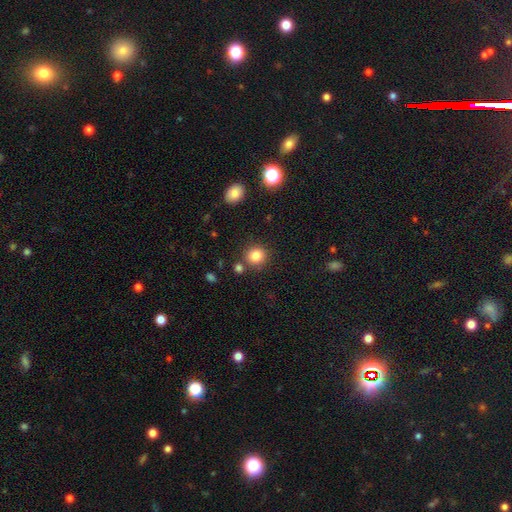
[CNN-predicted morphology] Q: Smooth or featured?
A: smooth (84%); runner-up: star or artifact (11%)
Q: How rounded?
A: round (87%); runner-up: in between (12%)
Q: Merging?
A: none (81%); runner-up: minor disturbance (8%)